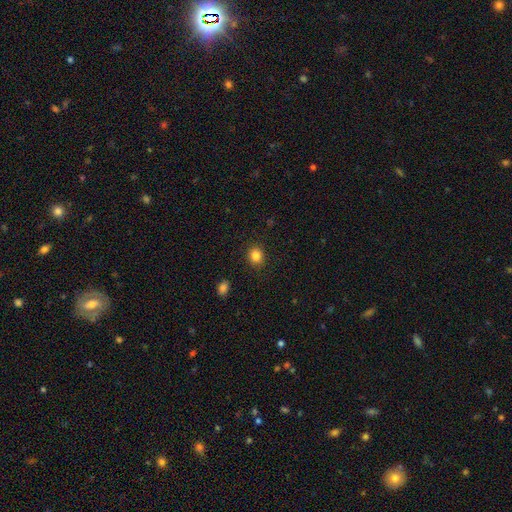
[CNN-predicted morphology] Smooth or featured: smooth — 84% (star or artifact — 11%)
How rounded: round — 69% (in between — 31%)
Merging: none — 90% (minor disturbance — 7%)